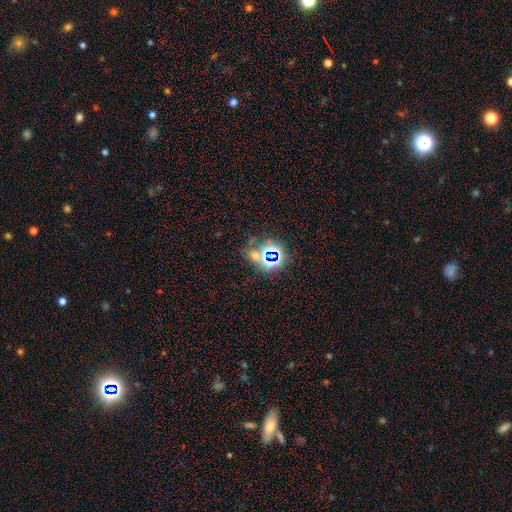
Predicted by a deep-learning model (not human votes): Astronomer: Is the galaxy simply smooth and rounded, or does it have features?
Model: star or artifact — 65%.